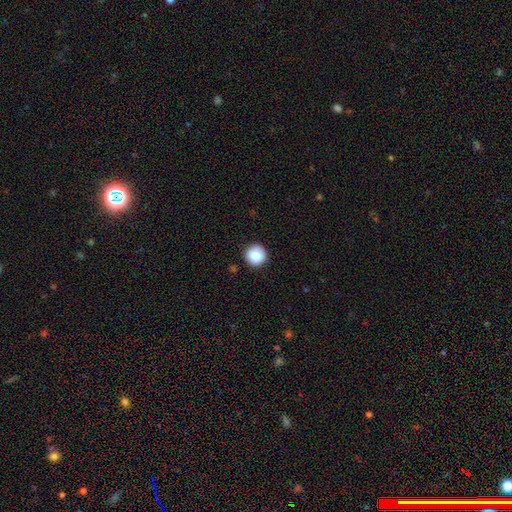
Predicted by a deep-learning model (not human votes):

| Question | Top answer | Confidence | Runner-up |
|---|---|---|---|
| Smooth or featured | smooth | 87% | star or artifact (9%) |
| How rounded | round | 95% | in between (4%) |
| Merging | none | 90% | minor disturbance (7%) |